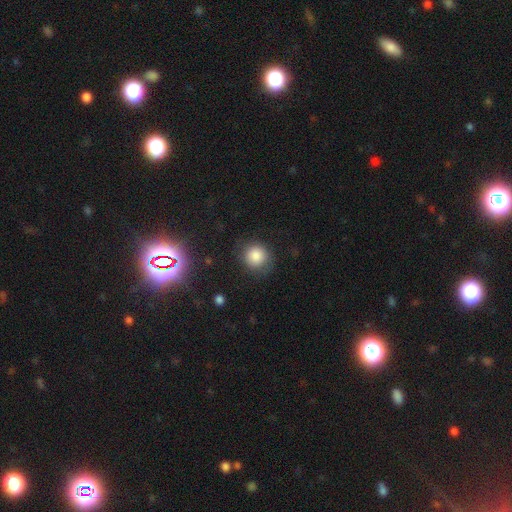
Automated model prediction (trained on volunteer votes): This appears to be a smooth galaxy with no disk features (84%) that is round (88%). Merging: none (78%).